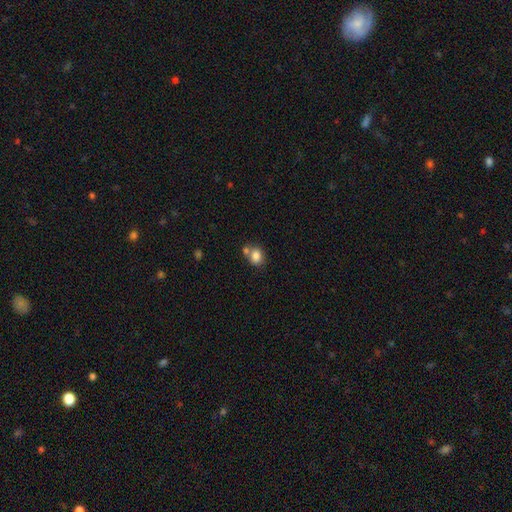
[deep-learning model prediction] A smooth galaxy with no disk features (82%) that is in between round and cigar-shaped (53%).

Vote fractions:
- Smooth or featured? smooth: 82% / star or artifact: 9% / featured or disk: 8%
- How rounded? in between: 53% / round: 46% / cigar-shaped: 1%
- Merging? none: 50% / merger: 32% / minor disturbance: 13% / major disturbance: 5%